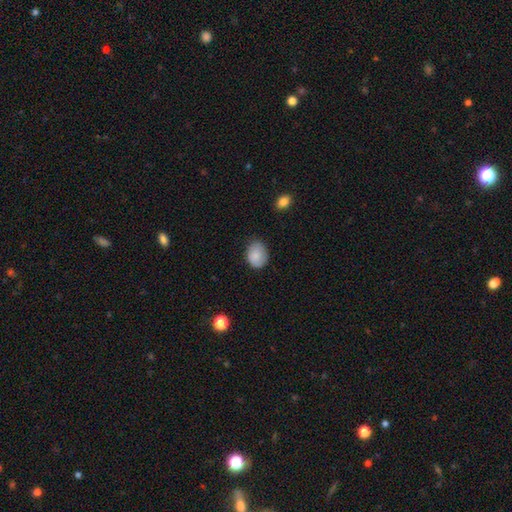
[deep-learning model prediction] The model was most divided on "how rounded": in between: 63%, round: 36%, cigar-shaped: 1%. More confident: smooth or featured — smooth (83%); merging — none (71%).